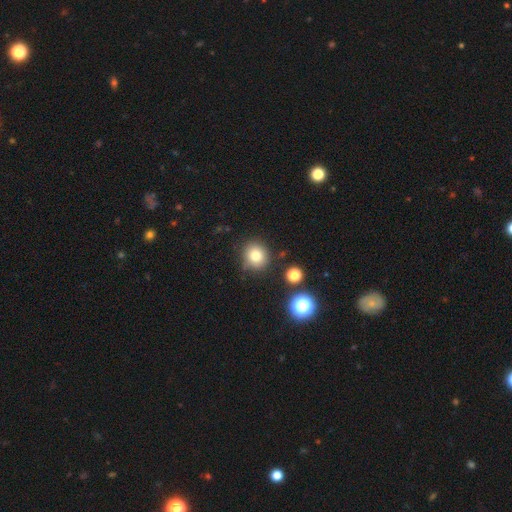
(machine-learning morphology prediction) smooth_or_featured: smooth (p=0.78) [alt: star or artifact p=0.13]
how_rounded: round (p=0.87) [alt: in between p=0.12]
merging: none (p=0.80) [alt: minor disturbance p=0.12]